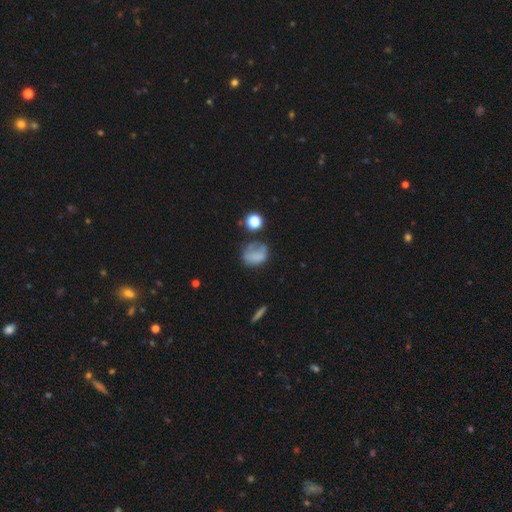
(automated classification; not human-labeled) Q: Smooth or featured?
A: smooth (67%); runner-up: featured or disk (19%)
Q: How rounded?
A: in between (50%); runner-up: round (49%)
Q: Merging?
A: none (43%); runner-up: minor disturbance (29%)